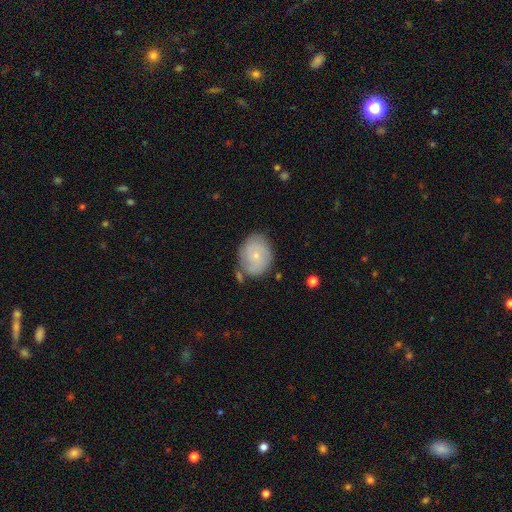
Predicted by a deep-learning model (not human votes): Overall: smooth (53%; featured or disk 39%). How rounded: round (50%; in between 49%). Merging: none (65%).